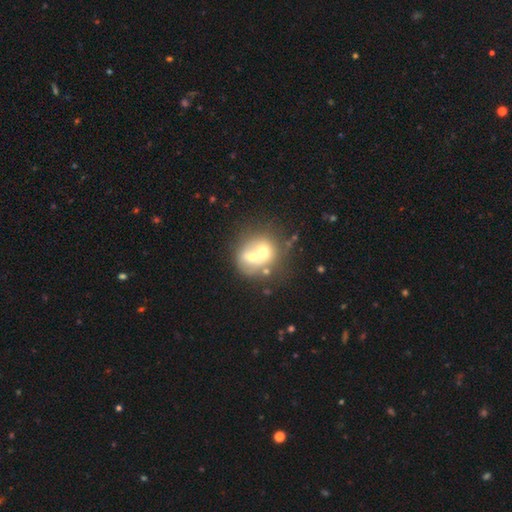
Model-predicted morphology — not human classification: smooth 55%, featured or disk 35%, star or artifact 11%. Down the decision tree: how rounded — round (74%); merging — merger (68%).